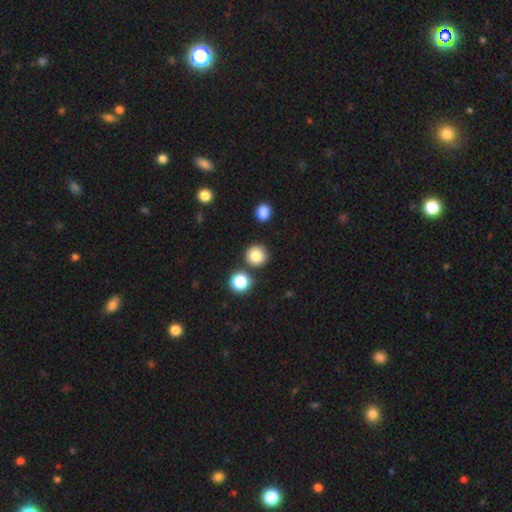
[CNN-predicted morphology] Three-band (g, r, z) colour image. It shows a smooth galaxy with no disk features (83%) that is round (93%). Merging: none (84%).